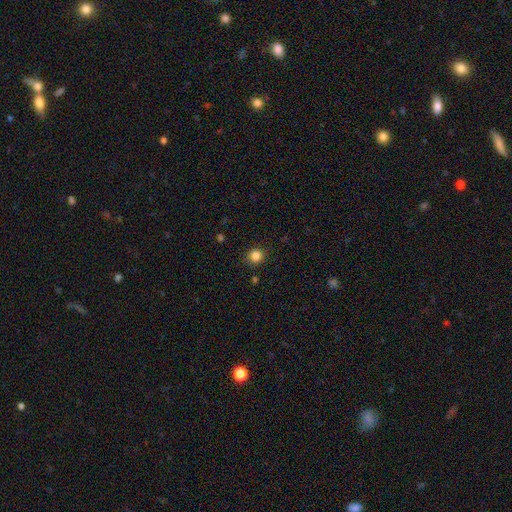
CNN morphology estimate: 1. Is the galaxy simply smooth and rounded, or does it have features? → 84% smooth, 12% star or artifact, 4% featured or disk.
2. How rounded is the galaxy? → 88% round, 11% in between, 1% cigar-shaped.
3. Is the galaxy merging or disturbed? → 88% none, 9% minor disturbance, 2% major disturbance, 1% merger.